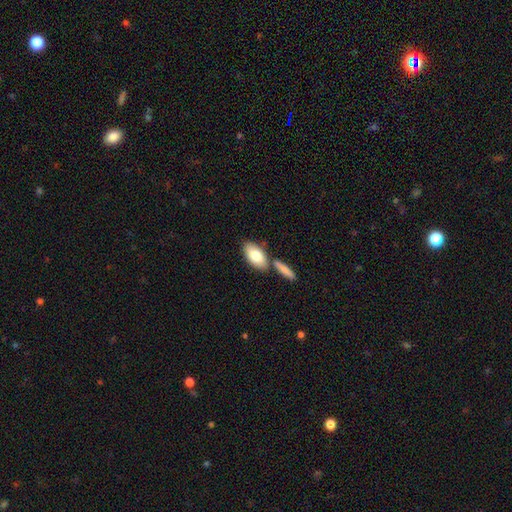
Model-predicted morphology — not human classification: type=smooth (79%); roundness=in between (92%); merging=none (61%).